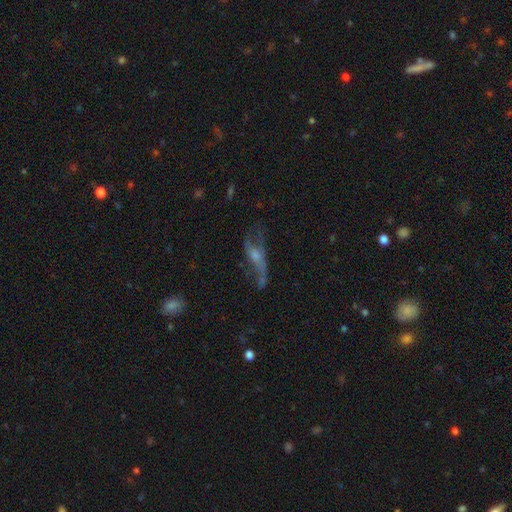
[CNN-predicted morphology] Overall: featured or disk (61%; smooth 27%). Edge-on disk: no (74%). Merging: major disturbance (36%; none 35%).